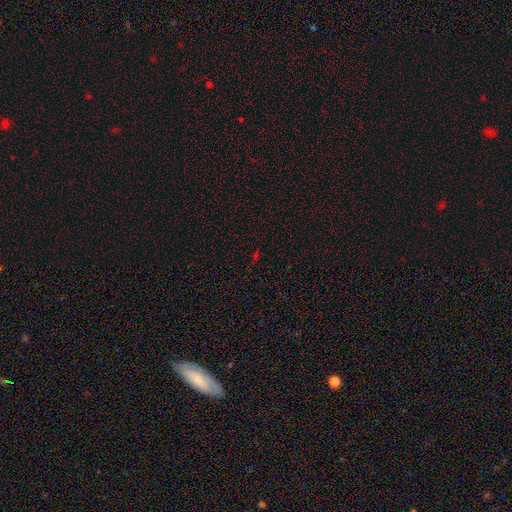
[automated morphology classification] Smooth or featured? Predicted: star or artifact (p=0.67).